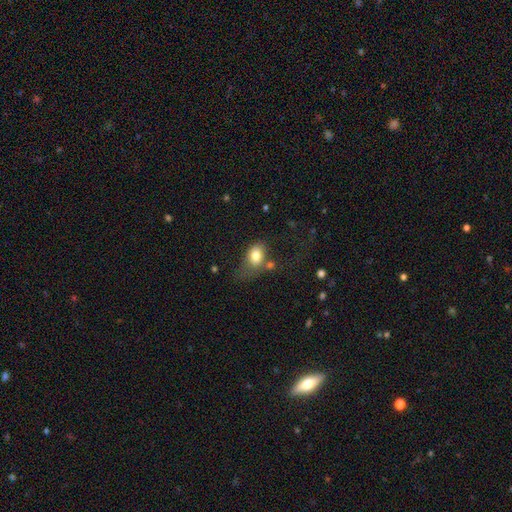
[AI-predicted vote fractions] Q: Smooth or featured?
A: smooth (79%); runner-up: featured or disk (13%)
Q: How rounded?
A: in between (70%); runner-up: round (28%)
Q: Merging?
A: none (37%); runner-up: minor disturbance (26%)